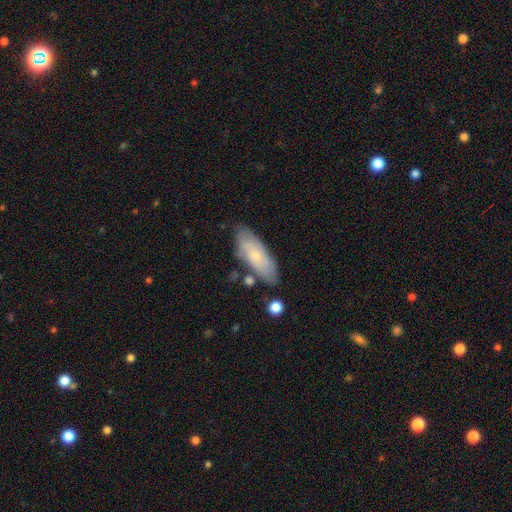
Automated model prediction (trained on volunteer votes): Q: Smooth or featured?
A: smooth (55%); runner-up: featured or disk (38%)
Q: How rounded?
A: in between (71%); runner-up: cigar-shaped (26%)
Q: Merging?
A: none (73%); runner-up: minor disturbance (19%)